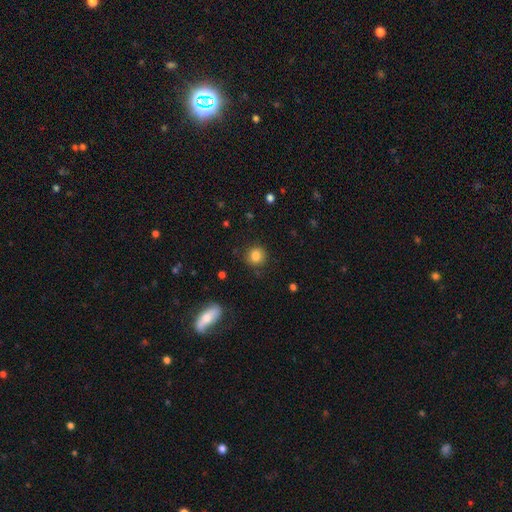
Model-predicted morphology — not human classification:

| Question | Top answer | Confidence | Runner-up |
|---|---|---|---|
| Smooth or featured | smooth | 83% | star or artifact (10%) |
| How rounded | round | 89% | in between (10%) |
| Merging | none | 87% | minor disturbance (9%) |